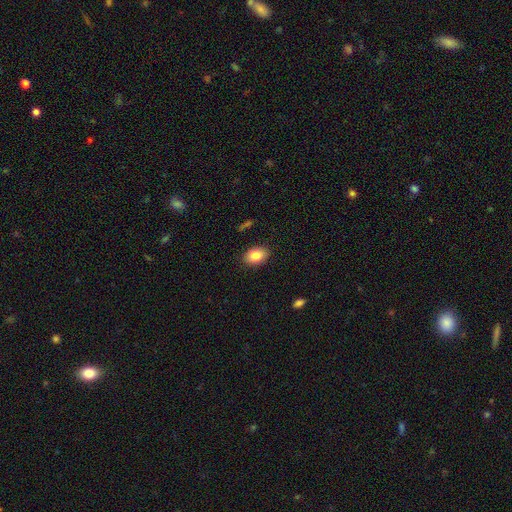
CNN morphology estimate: Smooth or featured: smooth — 84% (featured or disk — 8%)
How rounded: in between — 85% (round — 14%)
Merging: none — 88% (minor disturbance — 9%)